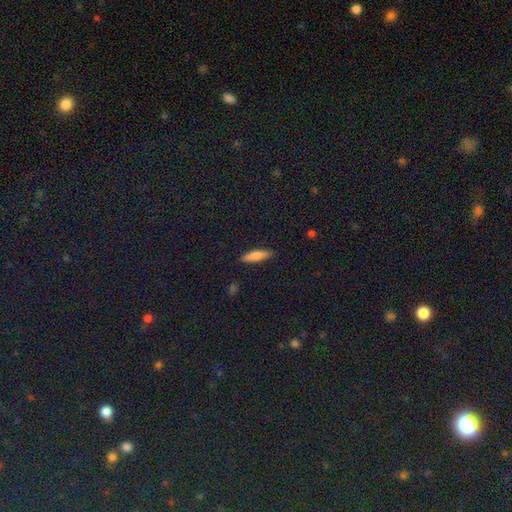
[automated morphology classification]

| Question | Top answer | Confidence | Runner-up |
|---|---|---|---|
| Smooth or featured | smooth | 76% | featured or disk (17%) |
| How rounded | cigar-shaped | 71% | in between (27%) |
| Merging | none | 89% | minor disturbance (8%) |